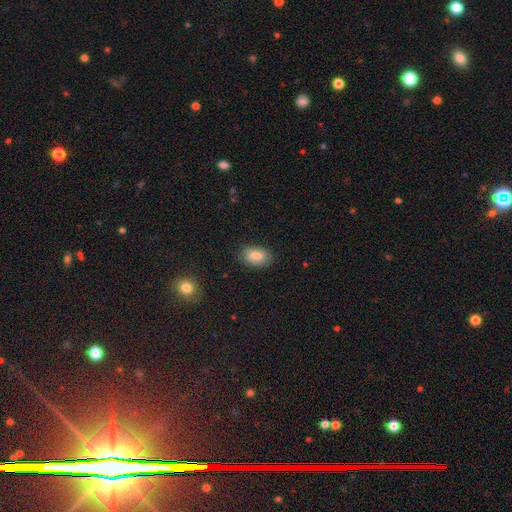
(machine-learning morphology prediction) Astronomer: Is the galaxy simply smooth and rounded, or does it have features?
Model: smooth — 83%.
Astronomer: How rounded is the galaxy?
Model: in between — 91%.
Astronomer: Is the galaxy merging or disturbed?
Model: none — 83%.